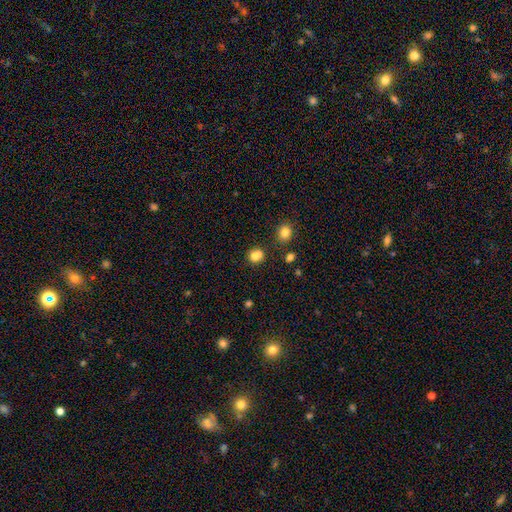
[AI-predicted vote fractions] This appears to be a smooth galaxy with no disk features (79%) that is round (75%). Merging: none (56%).